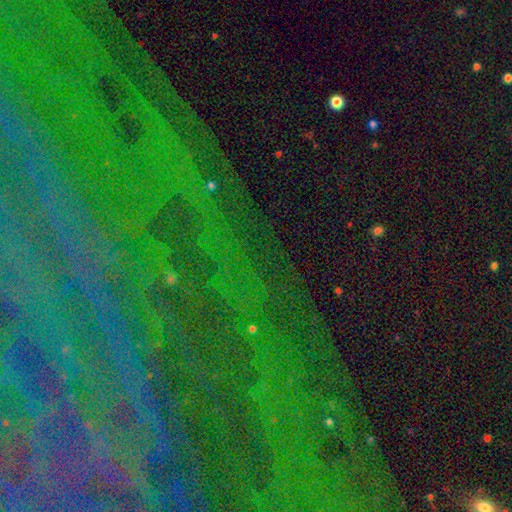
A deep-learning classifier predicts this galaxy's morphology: Smooth or featured: star or artifact — 80% (featured or disk — 11%)